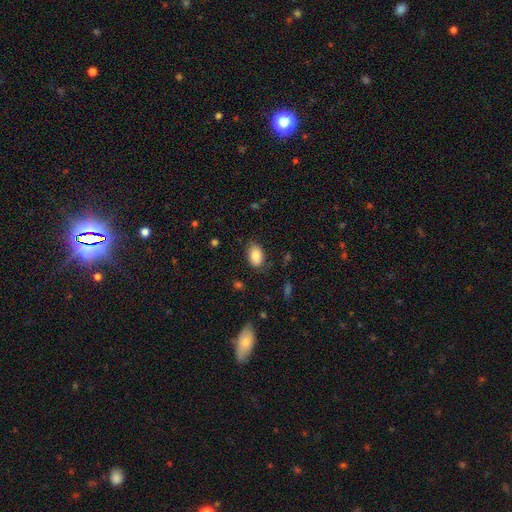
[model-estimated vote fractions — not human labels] A smooth galaxy with no disk features (86%) that is in between round and cigar-shaped (89%).

Vote fractions:
- Smooth or featured? smooth: 86% / star or artifact: 8% / featured or disk: 7%
- How rounded? in between: 89% / round: 10% / cigar-shaped: 1%
- Merging? none: 78% / minor disturbance: 17% / major disturbance: 4% / merger: 1%